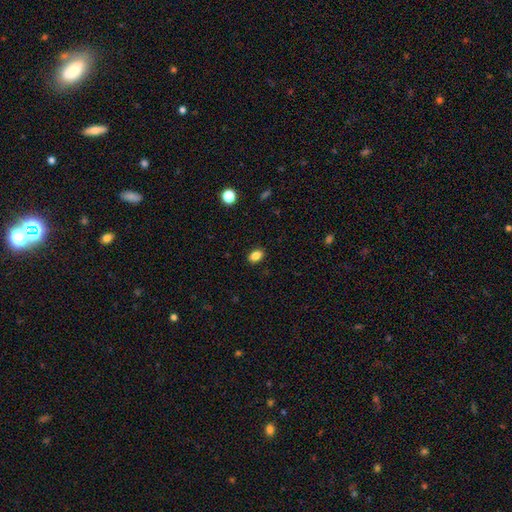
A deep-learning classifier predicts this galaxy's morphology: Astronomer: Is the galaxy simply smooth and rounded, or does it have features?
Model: smooth — 85%.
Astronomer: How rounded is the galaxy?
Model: in between — 81%.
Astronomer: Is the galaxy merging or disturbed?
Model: none — 89%.